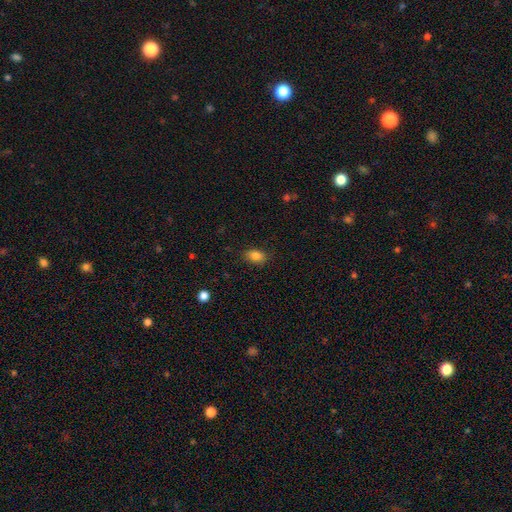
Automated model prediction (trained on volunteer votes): Morphology: type=smooth (84%); roundness=in between (79%); merging=none (85%).